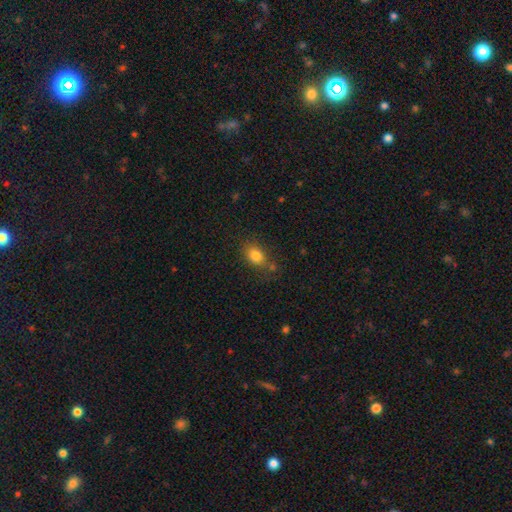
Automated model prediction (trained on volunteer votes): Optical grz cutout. It shows a smooth galaxy with no disk features (82%) that is in between round and cigar-shaped (66%). Merging: none (69%).